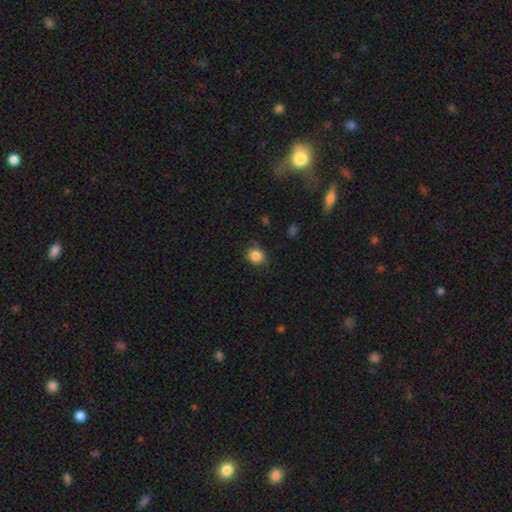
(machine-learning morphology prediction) Overall: smooth (85%). How rounded: round (72%). Merging: none (77%).